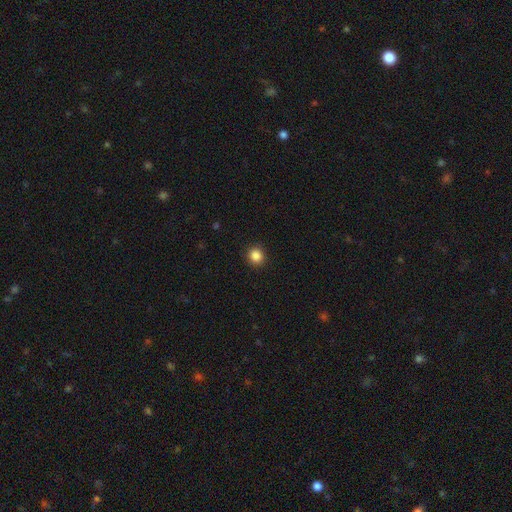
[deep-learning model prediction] smooth 86%, star or artifact 11%, featured or disk 3%. Down the decision tree: how rounded — round (87%); merging — none (91%).